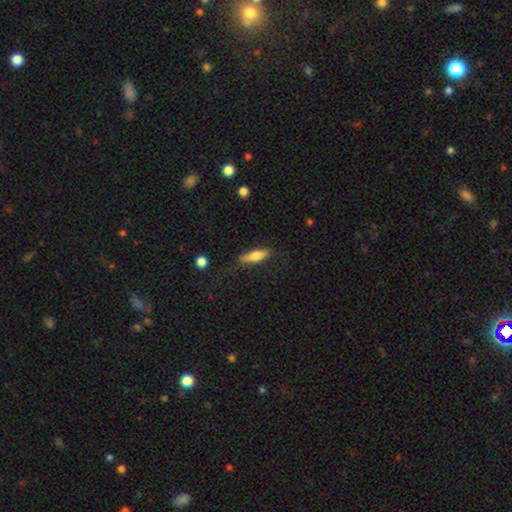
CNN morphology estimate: smooth 68%, featured or disk 26%, star or artifact 6%. Down the decision tree: how rounded — cigar-shaped (58%); merging — none (75%).